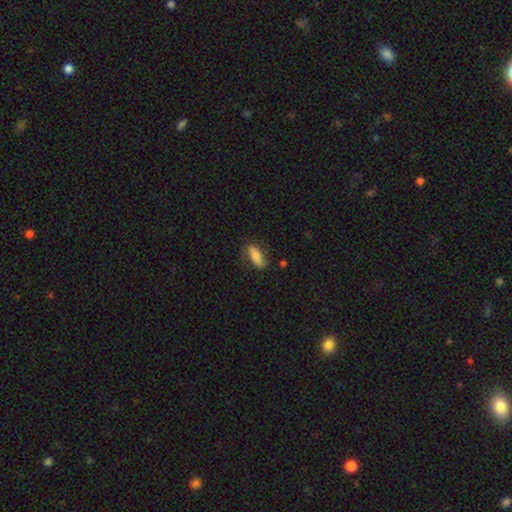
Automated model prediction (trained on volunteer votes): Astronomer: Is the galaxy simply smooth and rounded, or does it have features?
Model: smooth — 78%.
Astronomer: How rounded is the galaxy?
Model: in between — 71%.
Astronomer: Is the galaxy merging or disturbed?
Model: none — 69%.